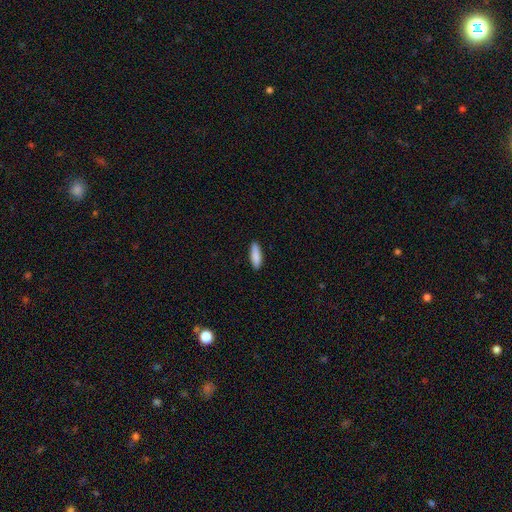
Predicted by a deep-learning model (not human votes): Smooth or featured? smooth (87%)
How rounded? cigar-shaped (61%)
Merging? none (89%)